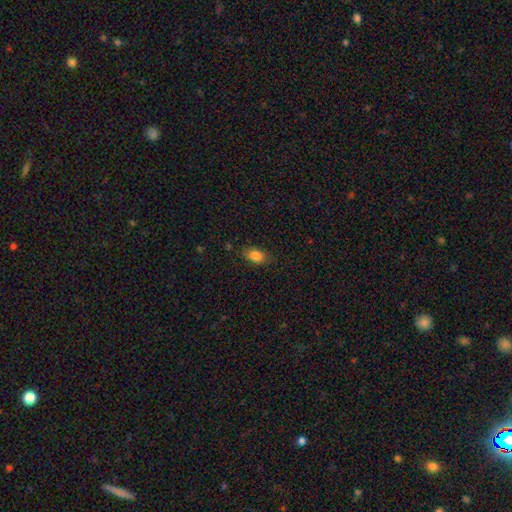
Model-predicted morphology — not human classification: Smooth or featured: smooth — 85% (star or artifact — 9%)
How rounded: in between — 84% (round — 14%)
Merging: none — 81% (minor disturbance — 14%)